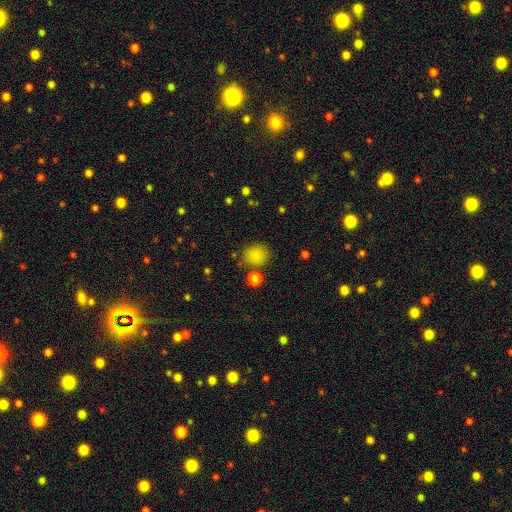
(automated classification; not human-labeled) Smooth or featured?
  - smooth: 83% *
  - star or artifact: 12%
  - featured or disk: 5%
How rounded?
  - round: 80% *
  - in between: 19%
  - cigar-shaped: 1%
Merging?
  - none: 80% *
  - minor disturbance: 10%
  - merger: 7%
  - major disturbance: 3%